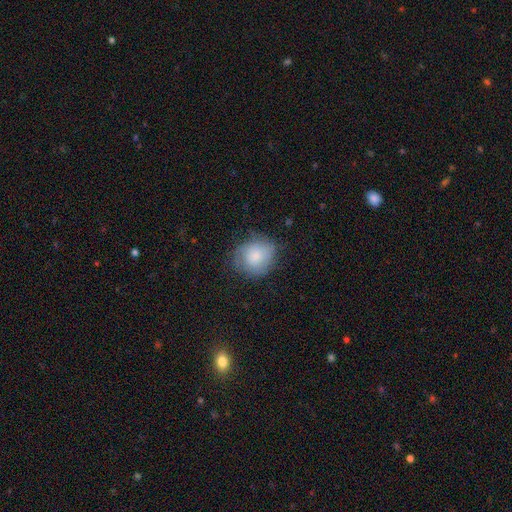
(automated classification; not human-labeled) Q: Smooth or featured?
A: smooth (72%); runner-up: featured or disk (20%)
Q: How rounded?
A: round (76%); runner-up: in between (23%)
Q: Merging?
A: none (63%); runner-up: minor disturbance (26%)